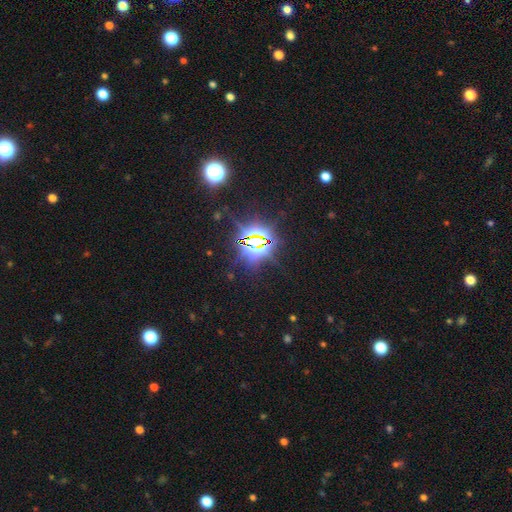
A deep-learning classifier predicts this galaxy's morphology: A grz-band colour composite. It shows a star or artifact, not a galaxy (84%).